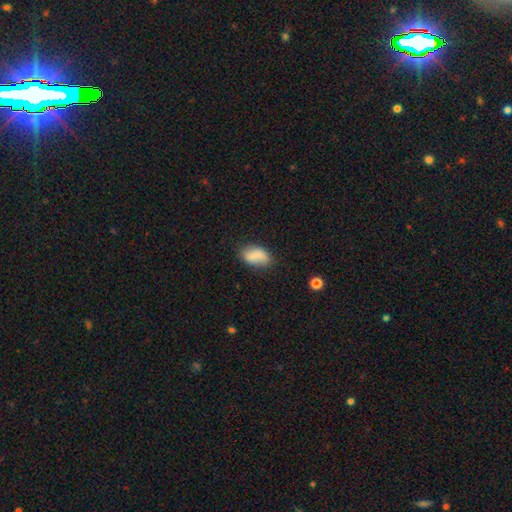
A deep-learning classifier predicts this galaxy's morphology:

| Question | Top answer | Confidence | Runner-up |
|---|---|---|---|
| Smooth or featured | smooth | 83% | featured or disk (9%) |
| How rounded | in between | 91% | round (6%) |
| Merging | none | 73% | minor disturbance (20%) |